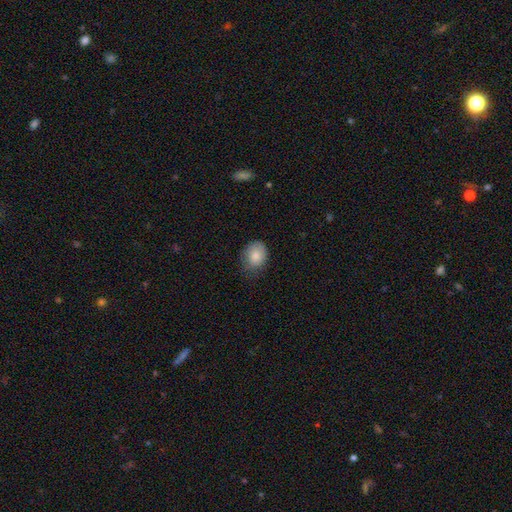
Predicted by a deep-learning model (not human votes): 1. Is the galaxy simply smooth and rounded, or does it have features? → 83% smooth, 10% featured or disk, 7% star or artifact.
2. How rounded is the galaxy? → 59% in between, 40% round, 1% cigar-shaped.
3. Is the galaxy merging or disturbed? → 60% none, 31% minor disturbance, 8% major disturbance, 1% merger.